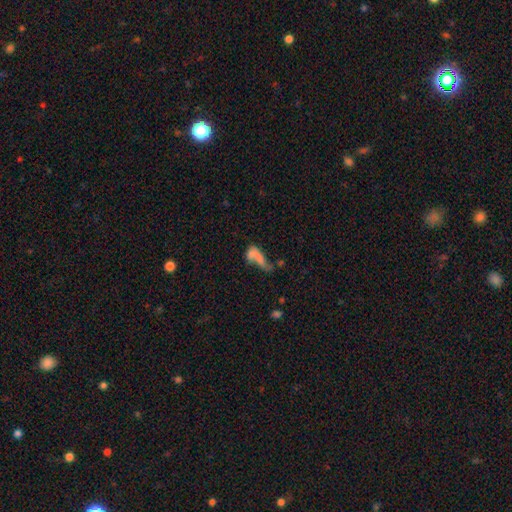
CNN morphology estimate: The model was most divided on "merging": major disturbance: 33%, merger: 30%, none: 22%, minor disturbance: 15%. More confident: how rounded — in between (64%); smooth or featured — smooth (58%).